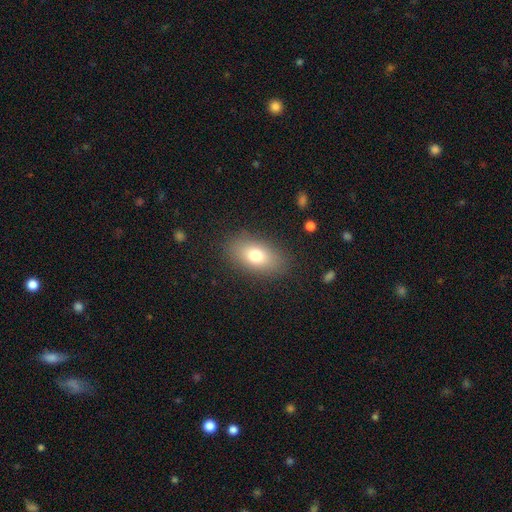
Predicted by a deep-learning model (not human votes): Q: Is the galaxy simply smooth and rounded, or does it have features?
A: smooth — 75%.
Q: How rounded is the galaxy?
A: in between — 87%.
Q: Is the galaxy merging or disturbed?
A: none — 84%.